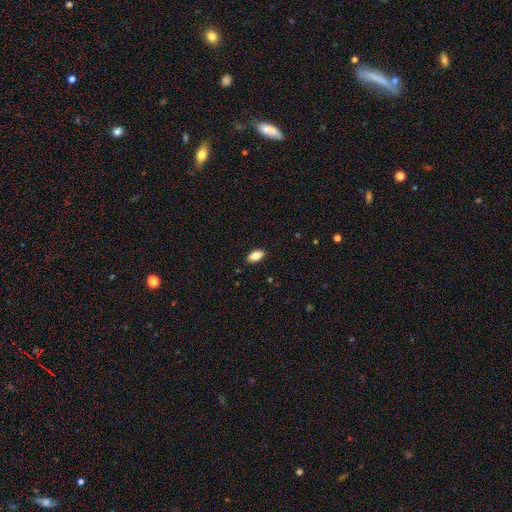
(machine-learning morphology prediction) smooth_or_featured: smooth (p=0.84) [alt: featured or disk p=0.09]
how_rounded: in between (p=0.92) [alt: cigar-shaped p=0.05]
merging: none (p=0.88) [alt: minor disturbance p=0.09]